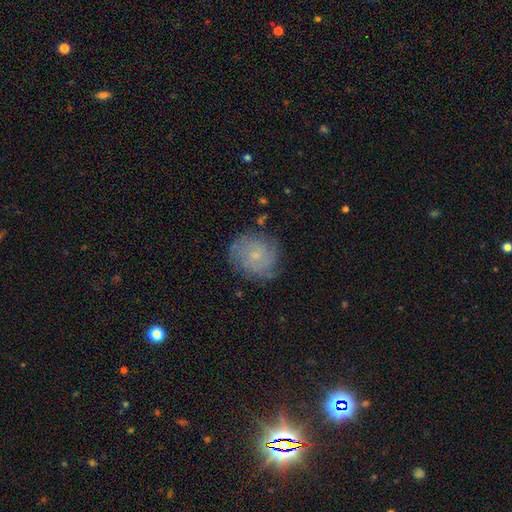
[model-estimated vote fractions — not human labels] Smooth or featured? featured or disk (55%)
Edge-on disk? no (97%)
Bar? no (80%)
Spiral arms? yes (83%)
Bulge size? small (76%)
Merging? none (77%)